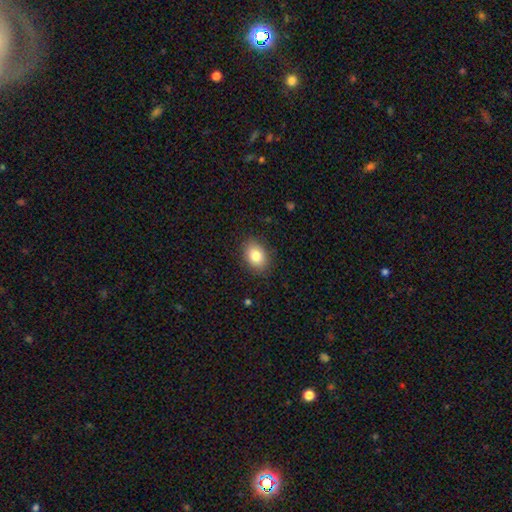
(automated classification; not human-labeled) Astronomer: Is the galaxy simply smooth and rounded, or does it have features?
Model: smooth — 82%.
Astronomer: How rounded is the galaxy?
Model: in between — 76%.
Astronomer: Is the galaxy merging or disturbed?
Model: none — 87%.